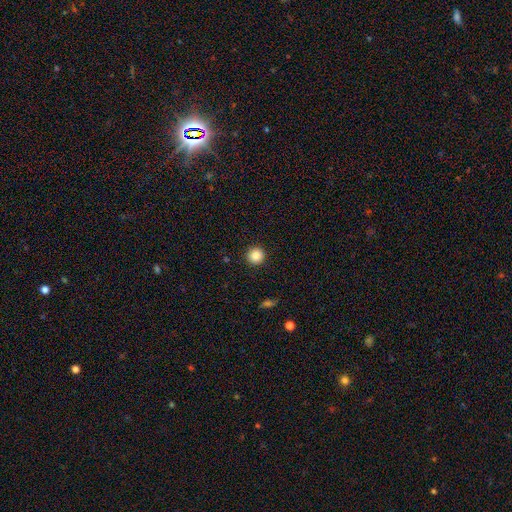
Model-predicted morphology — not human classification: The model was most divided on "smooth or featured": smooth: 87%, star or artifact: 10%, featured or disk: 3%. More confident: how rounded — round (95%); merging — none (93%).